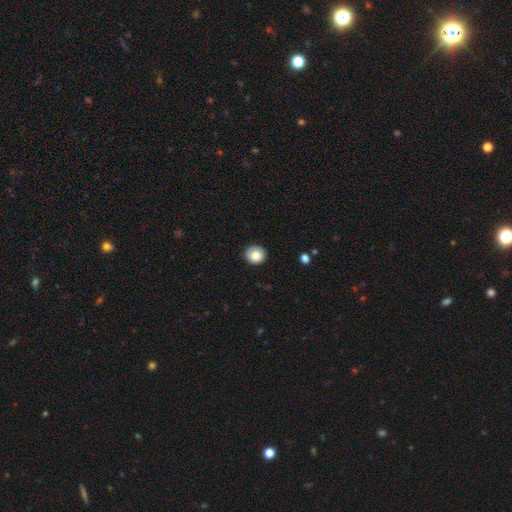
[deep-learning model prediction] A smooth galaxy with no disk features (84%) that is round (87%). Merging: none (87%).